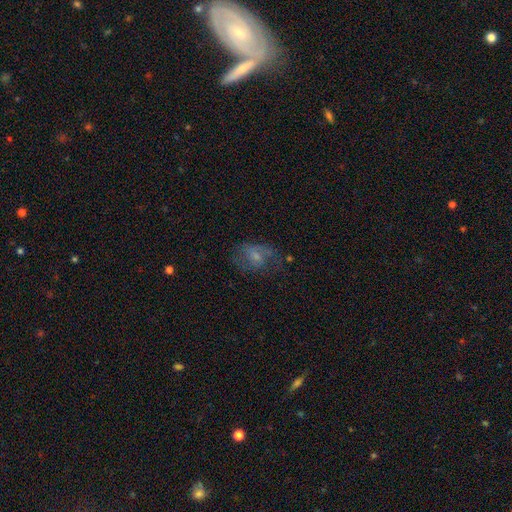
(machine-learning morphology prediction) Q: Smooth or featured?
A: smooth (45%); runner-up: featured or disk (43%)
Q: Merging?
A: none (44%); runner-up: major disturbance (30%)